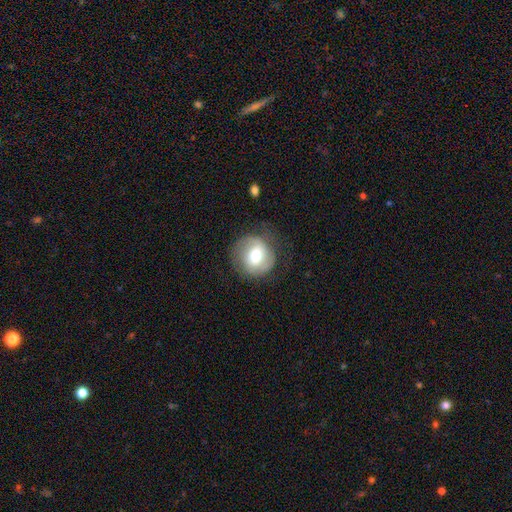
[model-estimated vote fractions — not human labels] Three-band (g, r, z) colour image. It shows a smooth galaxy with no disk features (58%) that is round (90%). Merging: none (70%).